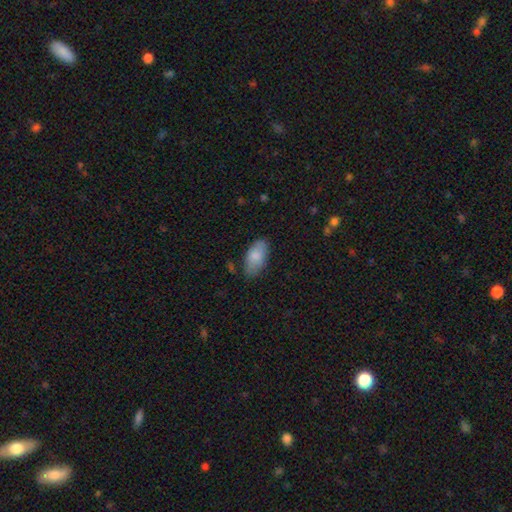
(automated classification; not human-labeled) The model was most divided on "merging": none: 77%, minor disturbance: 18%, major disturbance: 4%, merger: 2%. More confident: how rounded — in between (94%); smooth or featured — smooth (82%).